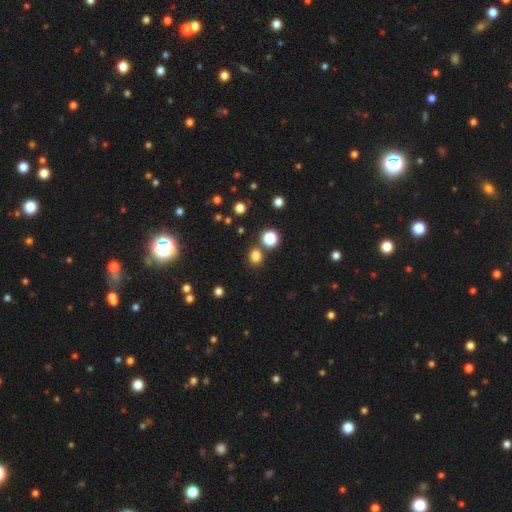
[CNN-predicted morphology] Overall: smooth (79%). How rounded: round (67%; in between 32%). Merging: none (80%).